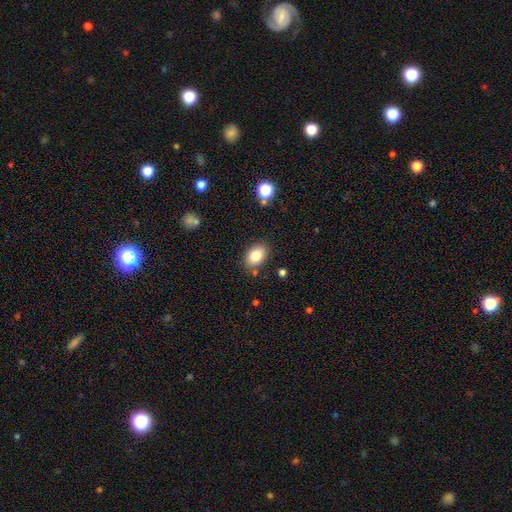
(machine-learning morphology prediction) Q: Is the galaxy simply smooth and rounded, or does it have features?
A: smooth — 82%.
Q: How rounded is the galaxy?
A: in between — 81%.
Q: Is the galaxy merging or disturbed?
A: none — 84%.